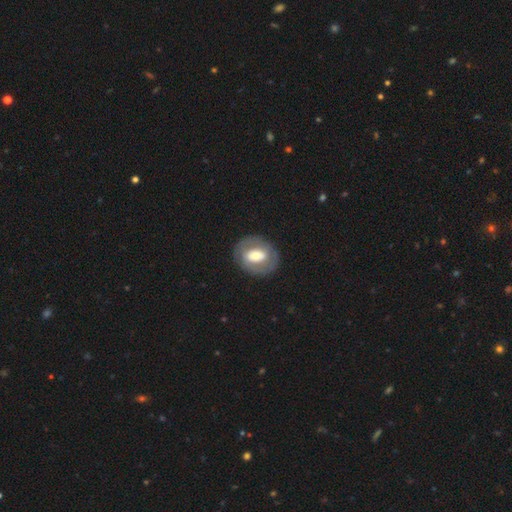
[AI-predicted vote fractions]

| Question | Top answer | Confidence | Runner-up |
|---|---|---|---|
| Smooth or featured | smooth | 47% | tied: featured or disk (47%) |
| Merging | none | 81% | minor disturbance (12%) |